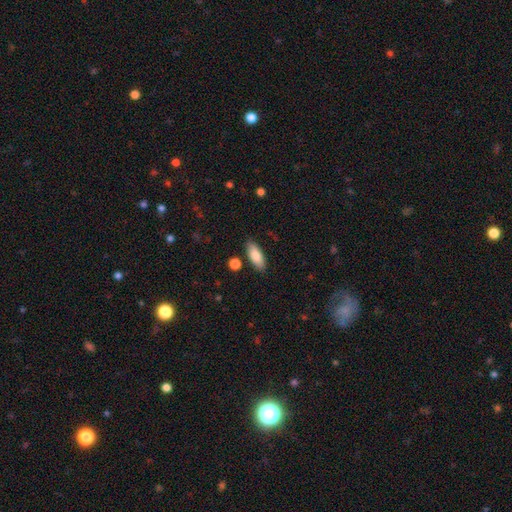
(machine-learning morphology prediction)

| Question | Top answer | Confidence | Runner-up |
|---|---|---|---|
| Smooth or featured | smooth | 85% | featured or disk (9%) |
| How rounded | in between | 77% | cigar-shaped (21%) |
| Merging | none | 85% | minor disturbance (10%) |